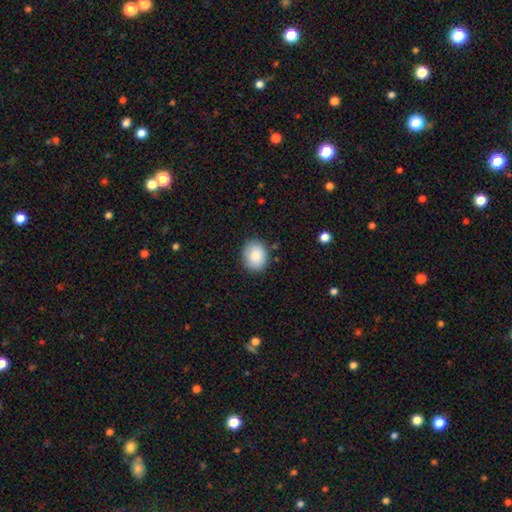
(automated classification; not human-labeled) Smooth or featured? Predicted: smooth (p=0.85). How rounded? Predicted: round (p=0.55). Merging? Predicted: none (p=0.85).